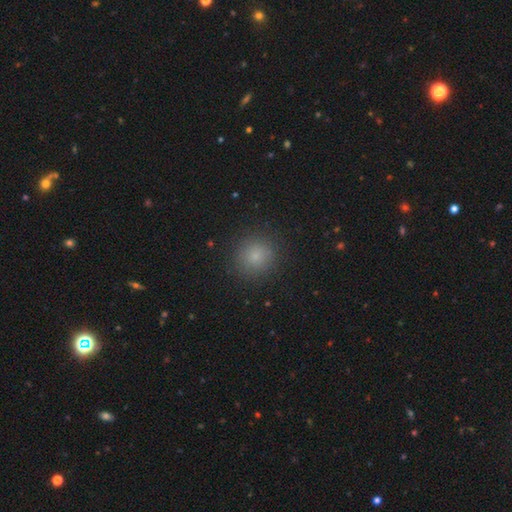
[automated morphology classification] smooth_or_featured: smooth (p=0.81) [alt: star or artifact p=0.13]
how_rounded: round (p=0.91) [alt: in between p=0.08]
merging: none (p=0.89) [alt: minor disturbance p=0.07]